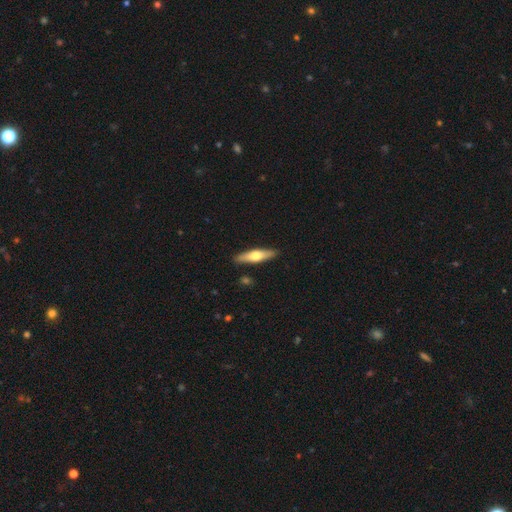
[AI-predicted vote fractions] smooth-or-featured: smooth: 48% | featured or disk: 47% | star or artifact: 5%
  merging: none: 89% | minor disturbance: 8% | merger: 2% | major disturbance: 2%